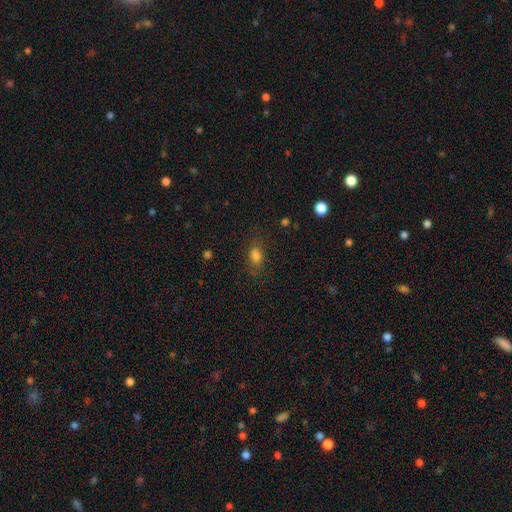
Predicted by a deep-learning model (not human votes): Smooth or featured: smooth — 77% (star or artifact — 13%)
How rounded: in between — 80% (round — 13%)
Merging: none — 73% (minor disturbance — 17%)